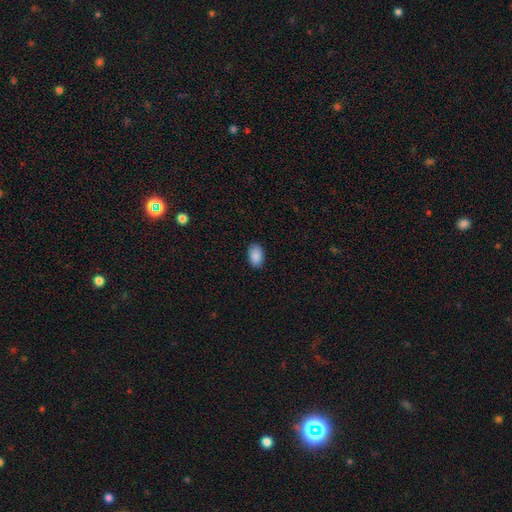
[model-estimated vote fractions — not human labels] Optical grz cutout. It shows a smooth galaxy with no disk features (90%) that is in between round and cigar-shaped (91%). Merging: none (88%).